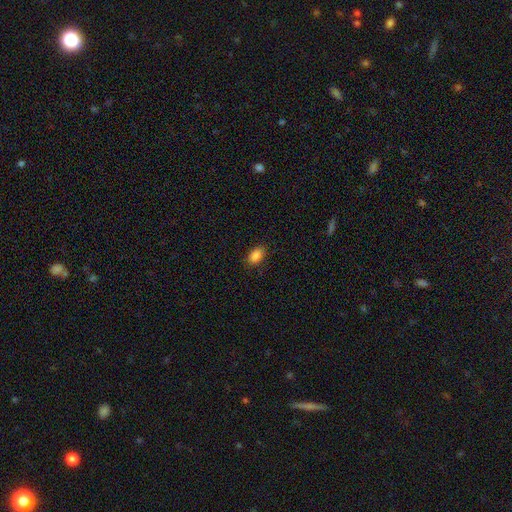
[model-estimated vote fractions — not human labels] Smooth or featured? Predicted: smooth (p=0.88). How rounded? Predicted: in between (p=0.90). Merging? Predicted: none (p=0.86).